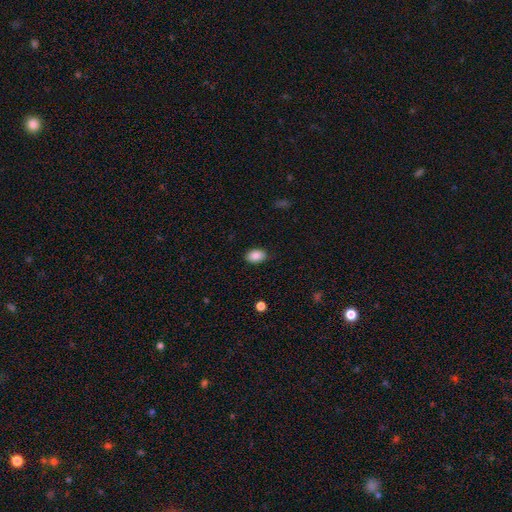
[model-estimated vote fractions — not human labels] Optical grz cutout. It shows a smooth galaxy with no disk features (88%) that is in between round and cigar-shaped (84%). Merging: none (86%).